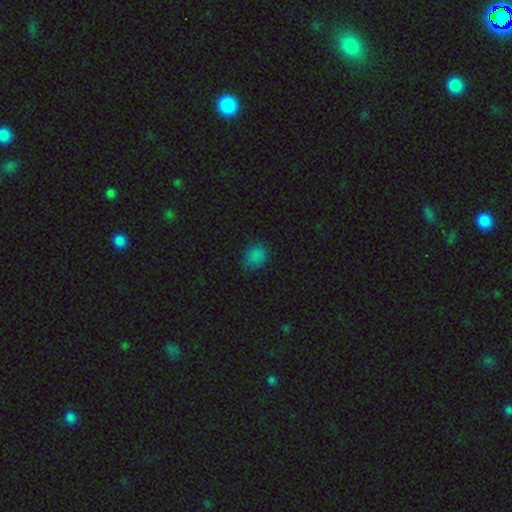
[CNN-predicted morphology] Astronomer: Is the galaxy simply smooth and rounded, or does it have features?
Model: smooth — 80%.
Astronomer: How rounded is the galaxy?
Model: round — 56% (runner-up: in between, 43%).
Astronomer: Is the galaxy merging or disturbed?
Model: none — 77%.